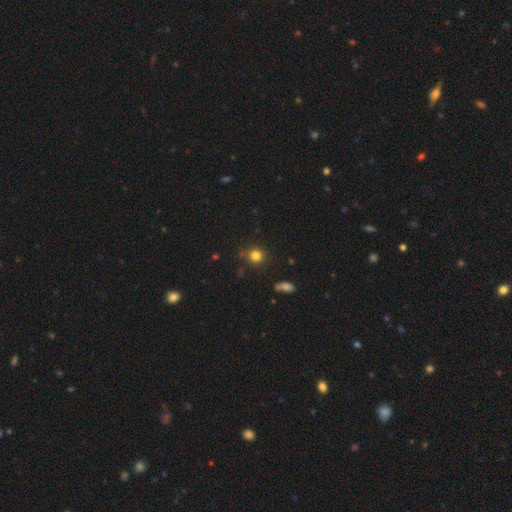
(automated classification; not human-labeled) The model was most divided on "smooth or featured": smooth: 80%, star or artifact: 14%, featured or disk: 6%. More confident: how rounded — round (90%); merging — none (79%).